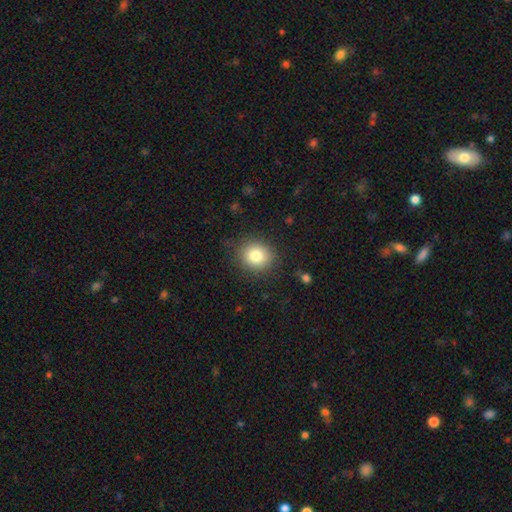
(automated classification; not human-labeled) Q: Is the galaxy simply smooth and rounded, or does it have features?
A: smooth — 81%.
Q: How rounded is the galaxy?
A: round — 81%.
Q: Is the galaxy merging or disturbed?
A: none — 87%.